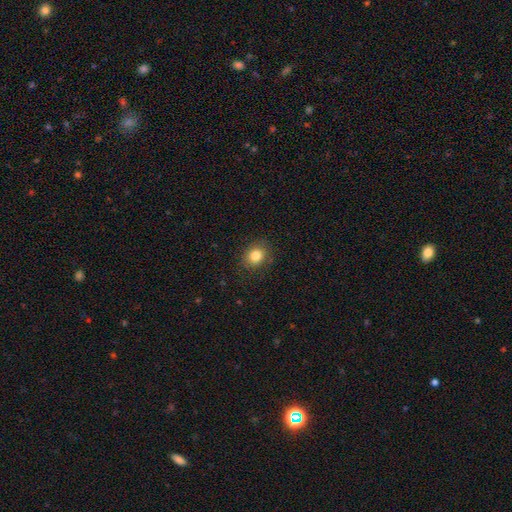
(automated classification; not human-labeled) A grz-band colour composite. It shows a smooth galaxy with no disk features (83%) that is round (60%). Merging: none (85%).